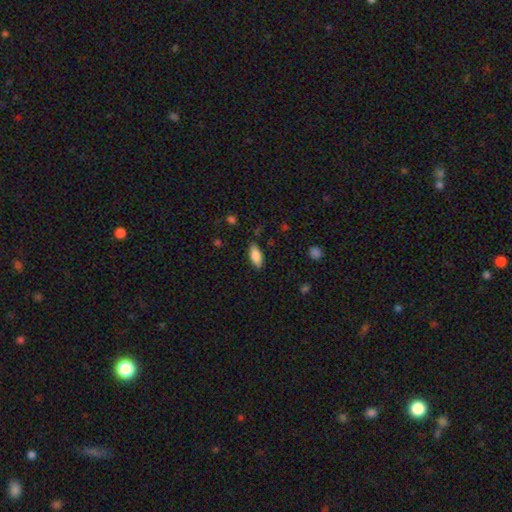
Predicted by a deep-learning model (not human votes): The model was most divided on "how rounded": in between: 83%, cigar-shaped: 15%, round: 2%. More confident: merging — none (84%); smooth or featured — smooth (83%).